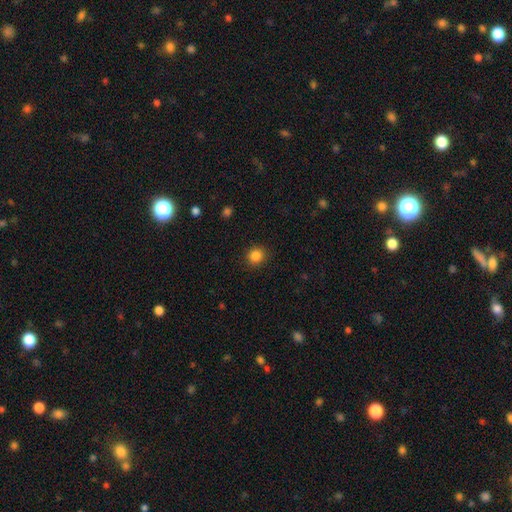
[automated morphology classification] A smooth galaxy with no disk features (85%) that is round (86%). Merging: none (90%).